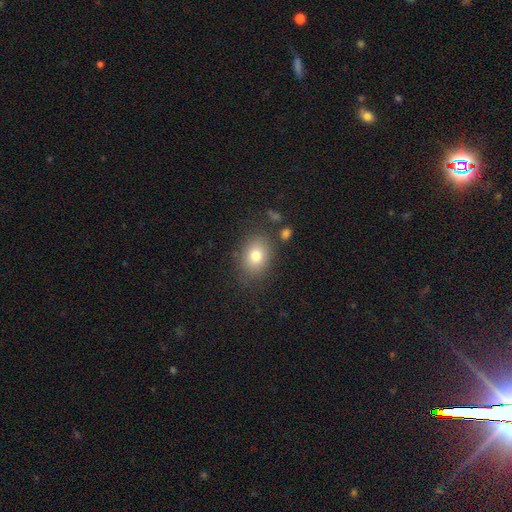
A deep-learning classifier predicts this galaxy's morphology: smooth-or-featured: smooth: 78% | featured or disk: 12% | star or artifact: 11%
  how-rounded: in between: 62% | round: 37% | cigar-shaped: 1%
  merging: none: 79% | minor disturbance: 13% | major disturbance: 5% | merger: 3%